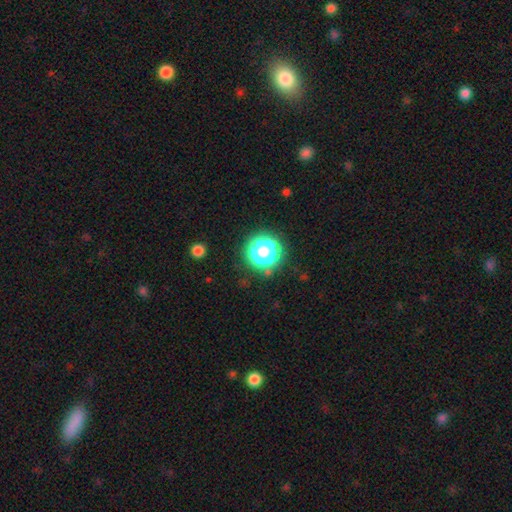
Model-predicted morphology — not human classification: star or artifact 65%, smooth 28%, featured or disk 7%.